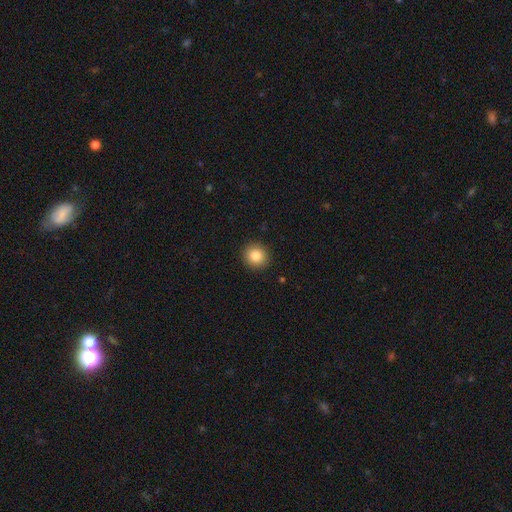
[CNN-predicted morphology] A smooth galaxy with no disk features (85%) that is round (90%). Merging: none (92%).